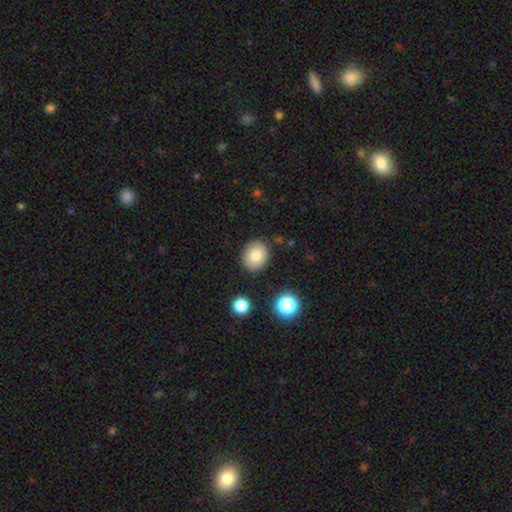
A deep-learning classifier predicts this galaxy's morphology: smooth_or_featured: smooth (p=0.80) [alt: featured or disk p=0.11]
how_rounded: round (p=0.60) [alt: in between p=0.39]
merging: none (p=0.86) [alt: minor disturbance p=0.09]